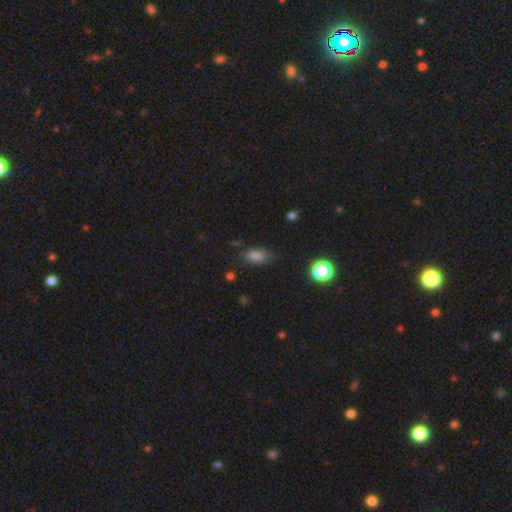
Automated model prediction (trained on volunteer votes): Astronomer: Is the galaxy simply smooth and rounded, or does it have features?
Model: smooth — 82%.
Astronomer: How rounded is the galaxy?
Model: in between — 86%.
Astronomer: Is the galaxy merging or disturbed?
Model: none — 74%.